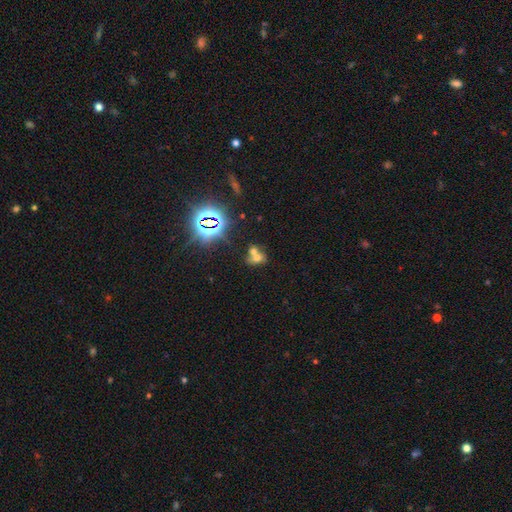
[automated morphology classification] A smooth galaxy with no disk features (51%) that is in between round and cigar-shaped (51%). Merging: merger (63%).